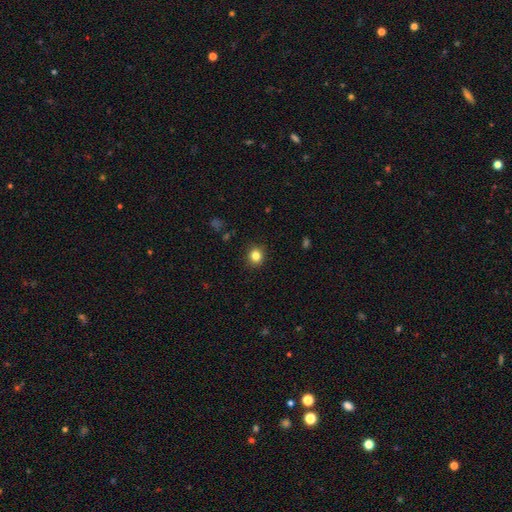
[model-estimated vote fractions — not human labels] A smooth galaxy with no disk features (83%) that is round (85%). Merging: none (90%).